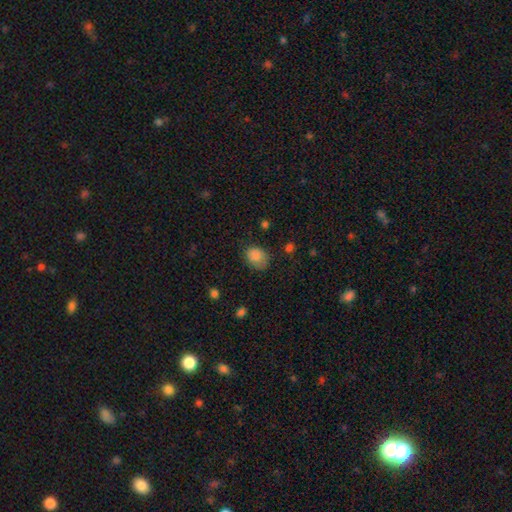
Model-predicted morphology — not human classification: Q: Smooth or featured?
A: smooth (85%); runner-up: star or artifact (9%)
Q: How rounded?
A: in between (53%); runner-up: round (46%)
Q: Merging?
A: none (64%); runner-up: minor disturbance (26%)